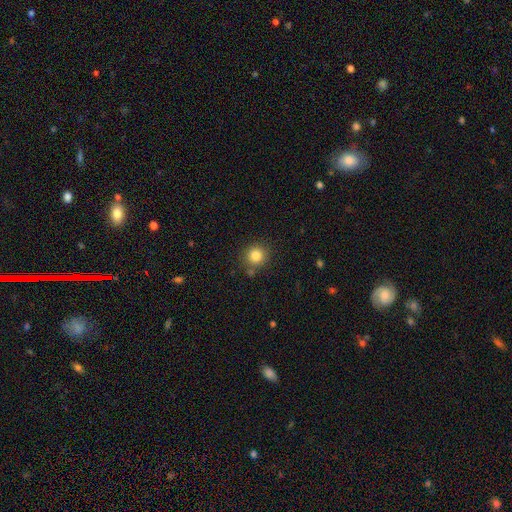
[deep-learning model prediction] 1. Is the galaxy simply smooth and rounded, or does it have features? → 83% smooth, 11% star or artifact, 6% featured or disk.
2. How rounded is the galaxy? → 91% round, 8% in between, 1% cigar-shaped.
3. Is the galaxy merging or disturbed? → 82% none, 9% minor disturbance, 5% merger, 3% major disturbance.